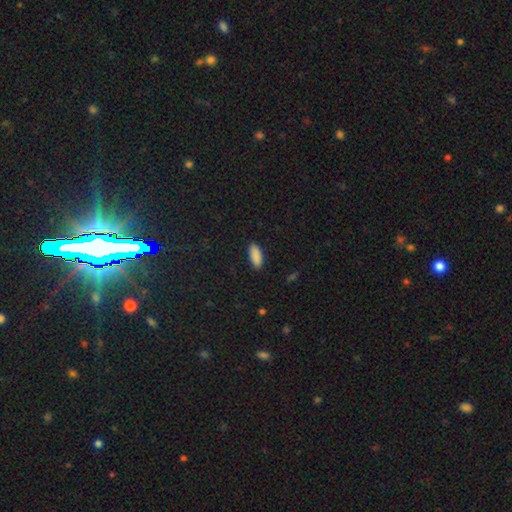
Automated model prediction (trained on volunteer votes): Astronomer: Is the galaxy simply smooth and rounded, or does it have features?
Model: smooth — 90%.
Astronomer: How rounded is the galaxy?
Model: in between — 84%.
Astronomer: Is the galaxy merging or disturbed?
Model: none — 88%.